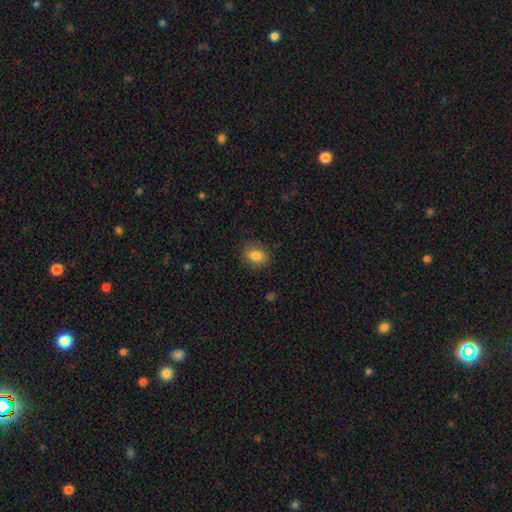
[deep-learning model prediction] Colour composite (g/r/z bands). It shows a smooth galaxy with no disk features (84%) that is in between round and cigar-shaped (71%). Merging: none (82%).